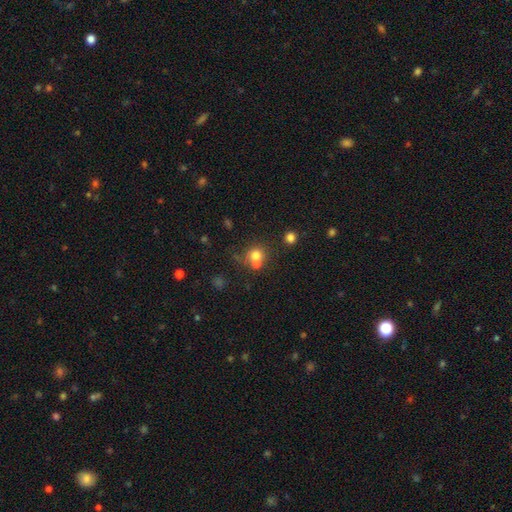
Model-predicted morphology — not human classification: The model was most divided on "merging": merger: 46%, none: 41%, minor disturbance: 8%, major disturbance: 5%. More confident: how rounded — round (81%); smooth or featured — smooth (72%).